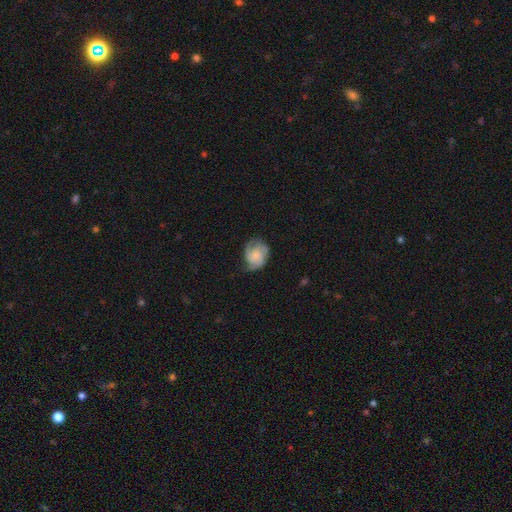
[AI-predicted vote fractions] Smooth or featured?
  - featured or disk: 61% *
  - smooth: 32%
  - star or artifact: 7%
Edge-on disk?
  - no: 98% *
  - yes: 2%
Bar?
  - no: 75% *
  - weak: 22%
  - strong: 3%
Spiral arms?
  - yes: 91% *
  - no: 9%
Spiral winding?
  - tight: 44% *
  - medium: 41%
  - loose: 15%
Spiral arm count?
  - 3: 34% * (tied)
  - 2: 34% * (tied)
  - can't tell: 19%
  - 1: 5%
  - 4: 5%
  - more than 4: 3%
Bulge size?
  - small: 39% *
  - moderate: 28%
  - none: 24%
  - large: 8%
  - dominant: 2%
Merging?
  - none: 57% *
  - minor disturbance: 29%
  - major disturbance: 13%
  - merger: 1%